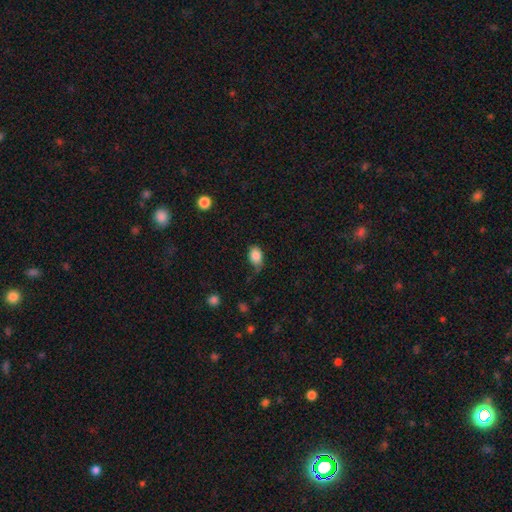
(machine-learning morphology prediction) Smooth or featured: smooth — 86% (star or artifact — 8%)
How rounded: in between — 80% (round — 19%)
Merging: none — 58% (minor disturbance — 32%)